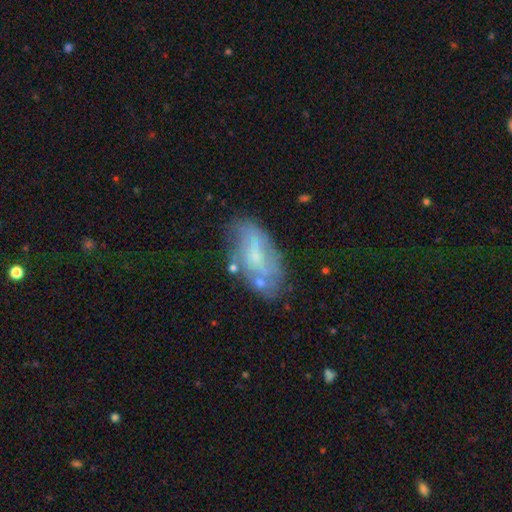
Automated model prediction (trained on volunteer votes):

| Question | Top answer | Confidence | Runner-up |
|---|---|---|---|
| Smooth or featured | featured or disk | 53% | smooth (38%) |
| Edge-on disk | no | 92% | yes (8%) |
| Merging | none | 56% | minor disturbance (25%) |